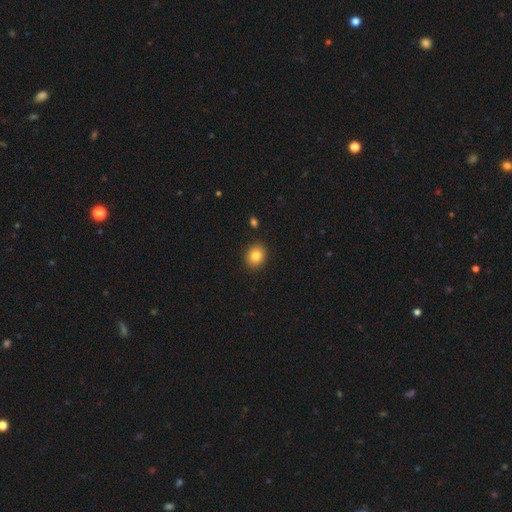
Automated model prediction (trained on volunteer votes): Morphology: type=smooth (84%); roundness=round (61%); merging=none (90%).